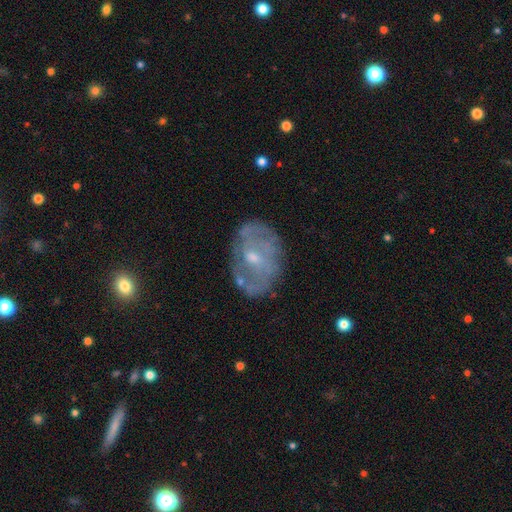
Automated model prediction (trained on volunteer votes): Q: Smooth or featured?
A: featured or disk (71%); runner-up: smooth (21%)
Q: Edge-on disk?
A: no (96%); runner-up: yes (4%)
Q: Bar?
A: no (50%); runner-up: weak (42%)
Q: Spiral arms?
A: yes (64%); runner-up: no (36%)
Q: Bulge size?
A: small (49%); runner-up: moderate (44%)
Q: Merging?
A: none (69%); runner-up: minor disturbance (20%)